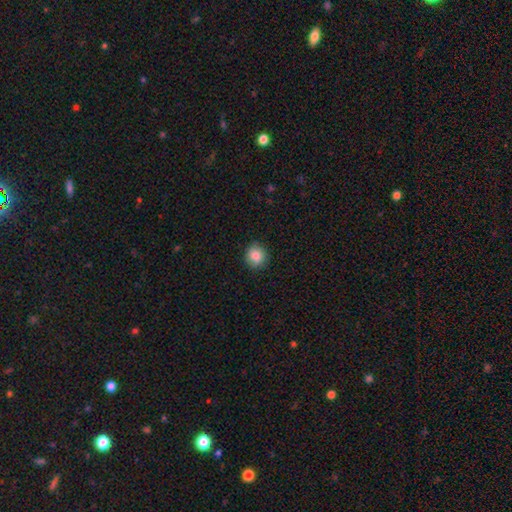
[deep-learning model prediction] Smooth or featured? smooth (86%)
How rounded? round (84%)
Merging? none (85%)